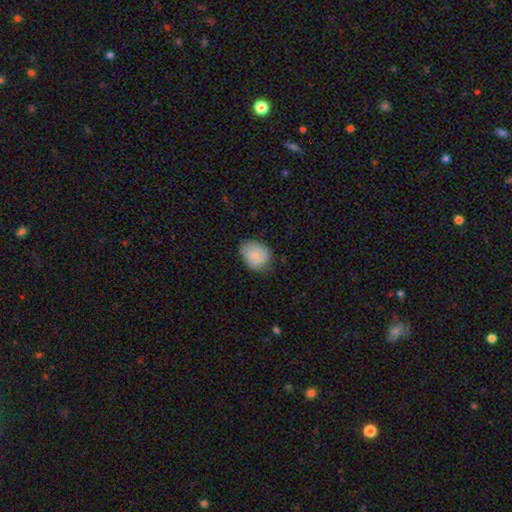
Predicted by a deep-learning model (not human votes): The model was most divided on "how rounded": in between: 56%, round: 43%, cigar-shaped: 1%. More confident: smooth or featured — smooth (82%); merging — none (57%).